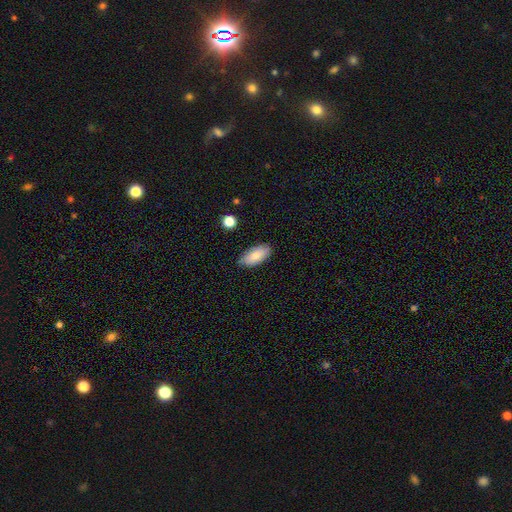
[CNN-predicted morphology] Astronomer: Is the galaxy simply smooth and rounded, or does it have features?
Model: smooth — 82%.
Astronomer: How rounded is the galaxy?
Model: in between — 89%.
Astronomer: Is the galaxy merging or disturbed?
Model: none — 83%.